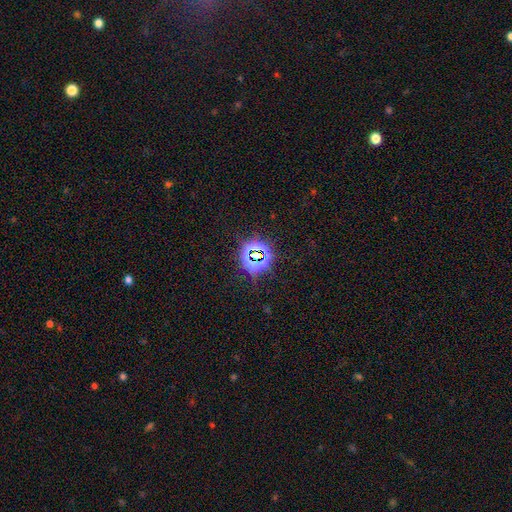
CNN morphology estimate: This is likely a star or artifact rather than a galaxy (80%).